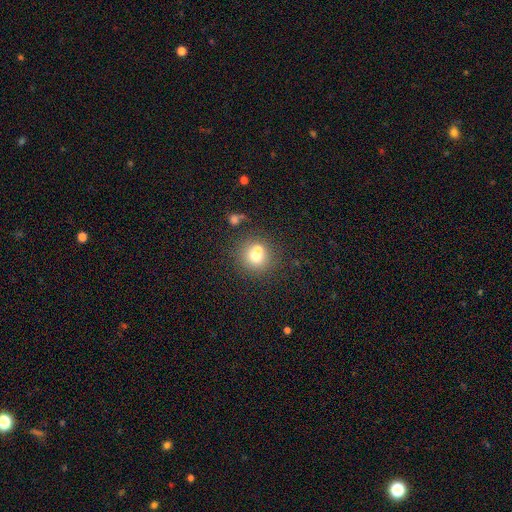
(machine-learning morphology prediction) Overall: smooth (68%). How rounded: round (85%). Merging: none (49%; merger 38%).